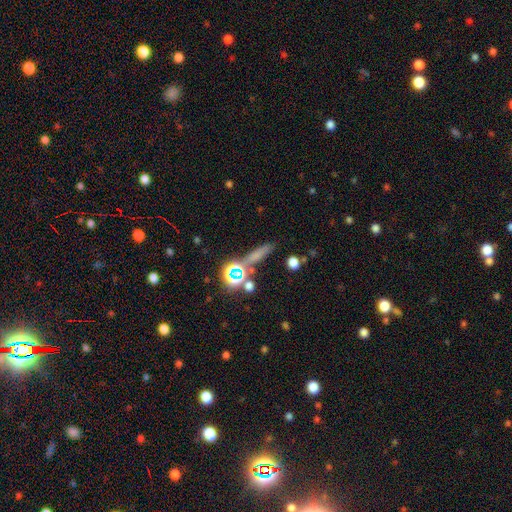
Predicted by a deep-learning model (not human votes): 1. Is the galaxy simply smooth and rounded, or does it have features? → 53% smooth, 31% star or artifact, 16% featured or disk.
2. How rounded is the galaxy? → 67% cigar-shaped, 18% in between, 15% round.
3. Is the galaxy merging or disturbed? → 72% none, 12% minor disturbance, 11% merger, 5% major disturbance.